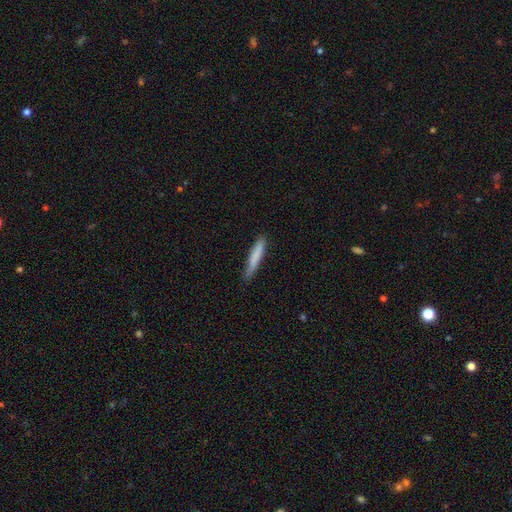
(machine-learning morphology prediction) type=smooth (80%); roundness=cigar-shaped (92%); merging=none (81%).